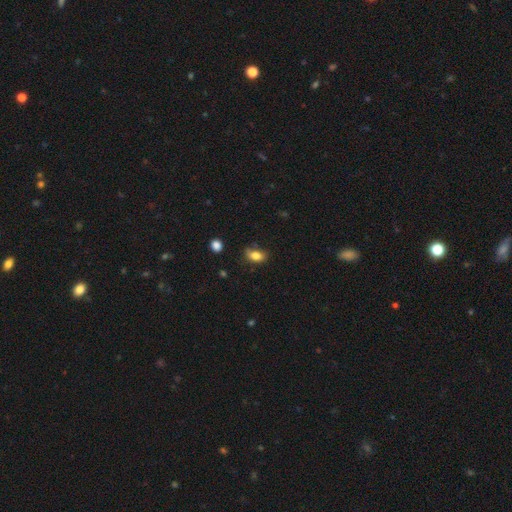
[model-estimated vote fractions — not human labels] smooth_or_featured: smooth (p=0.83) [alt: star or artifact p=0.09]
how_rounded: in between (p=0.85) [alt: round p=0.12]
merging: none (p=0.67) [alt: minor disturbance p=0.25]